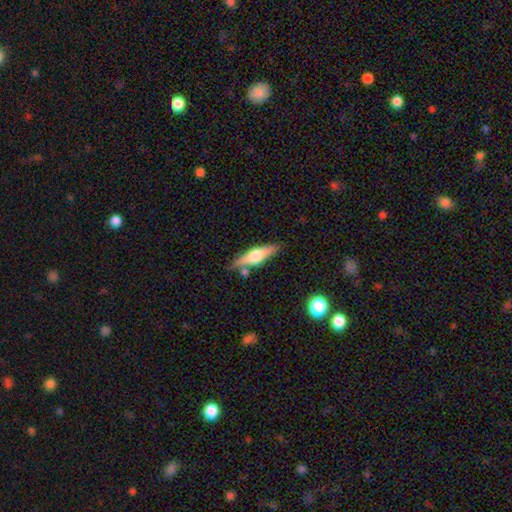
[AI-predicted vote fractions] A featured or disk galaxy (58%) viewed edge-on (94%) with a rounded central bulge (92%).

Vote fractions:
- Smooth or featured? featured or disk: 58% / smooth: 36% / star or artifact: 6%
- Edge-on disk? yes: 94% / no: 6%
- Edge-on bulge? rounded: 92% / boxy: 6% / none: 2%
- Merging? none: 77% / minor disturbance: 13% / merger: 7% / major disturbance: 3%